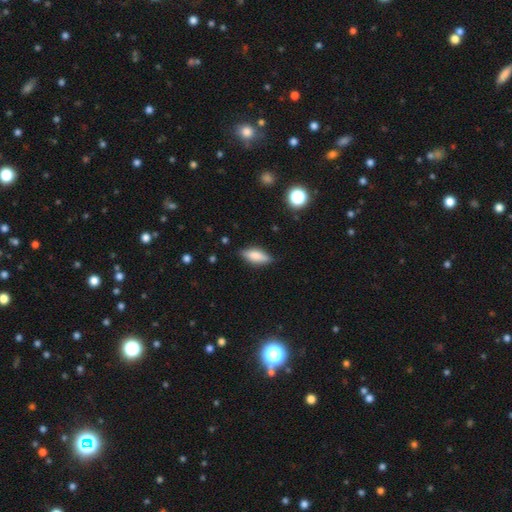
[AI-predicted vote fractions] Smooth or featured? smooth (65%)
How rounded? in between (64%)
Merging? none (82%)